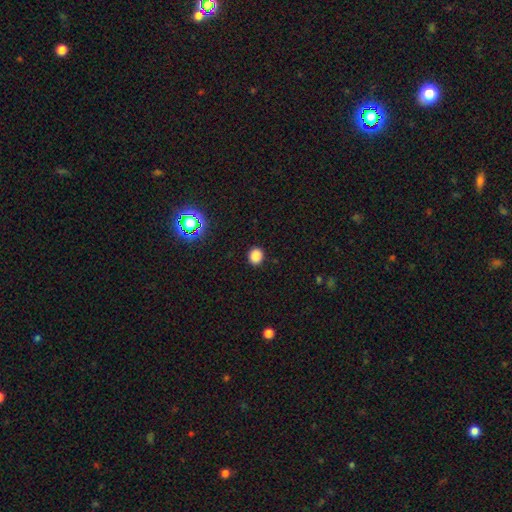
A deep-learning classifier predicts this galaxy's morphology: This is clearly a smooth galaxy (83%). How rounded: likely round (70%). Merging: clearly none (91%).